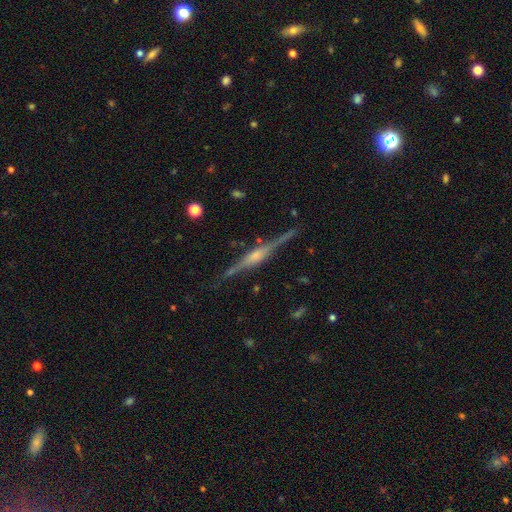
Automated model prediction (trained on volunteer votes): smooth-or-featured: featured or disk: 85% | smooth: 9% | star or artifact: 6%
  disk-edge-on: yes: 98% | no: 2%
    edge-on-bulge: rounded: 70% | boxy: 23% | none: 6%
  merging: none: 86% | minor disturbance: 10% | major disturbance: 2% | merger: 2%